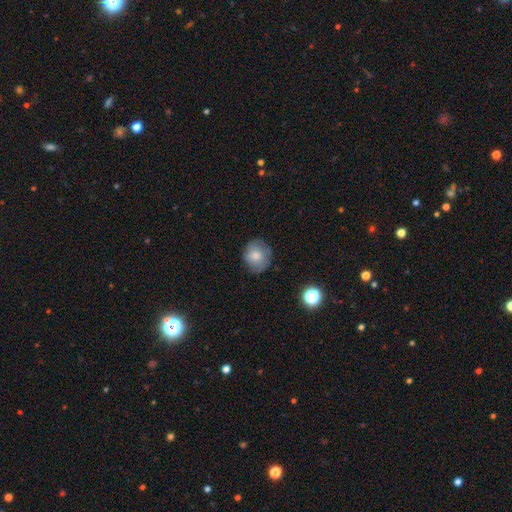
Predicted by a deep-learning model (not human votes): Morphology: type=smooth (74%); roundness=round (82%); merging=none (76%).